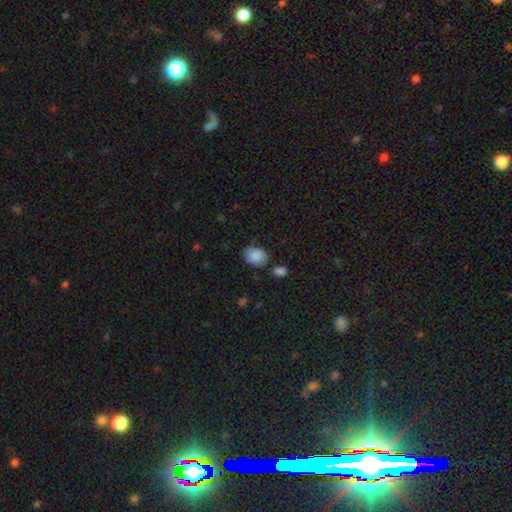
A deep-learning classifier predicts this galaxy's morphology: Smooth or featured: smooth — 87% (star or artifact — 8%)
How rounded: in between — 61% (round — 38%)
Merging: none — 69% (minor disturbance — 19%)